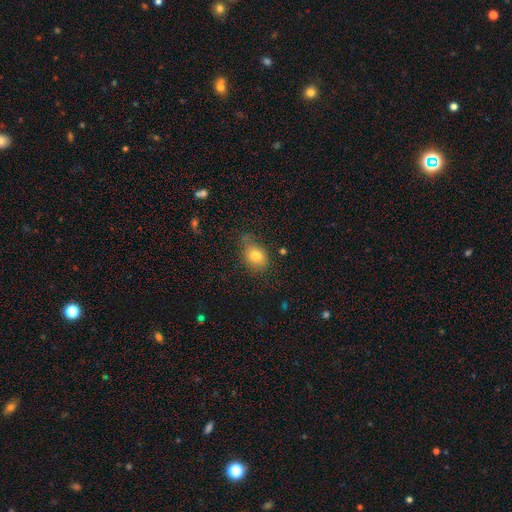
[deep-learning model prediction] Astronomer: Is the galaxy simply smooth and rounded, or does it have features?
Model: smooth — 78%.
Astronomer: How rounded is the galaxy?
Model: in between — 55% (runner-up: round, 43%).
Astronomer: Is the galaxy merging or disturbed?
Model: none — 61%.